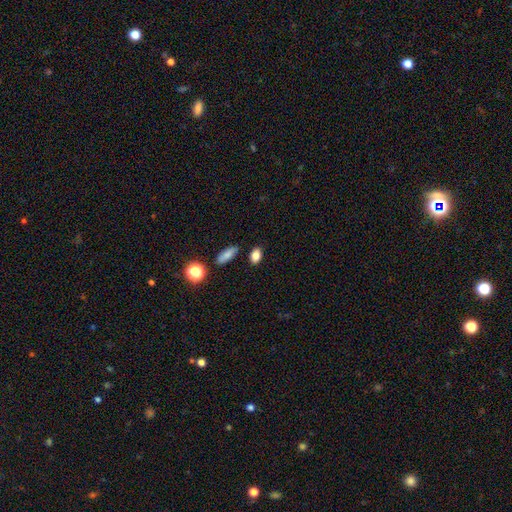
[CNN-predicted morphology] This is clearly a smooth galaxy (84%). How rounded: likely in between (79%). Merging: clearly none (84%).